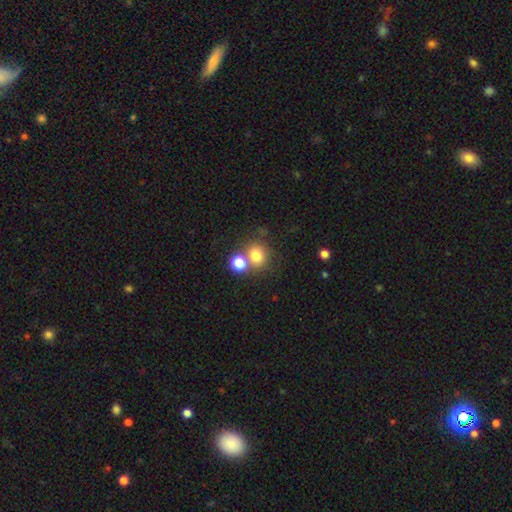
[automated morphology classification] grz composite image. It shows a smooth galaxy with no disk features (76%) that is round (83%). Merging: none (56%).